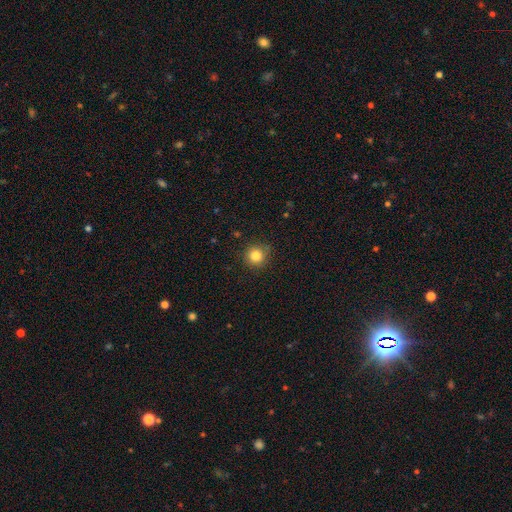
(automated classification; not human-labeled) A smooth galaxy with no disk features (84%) that is round (94%). Merging: none (86%).